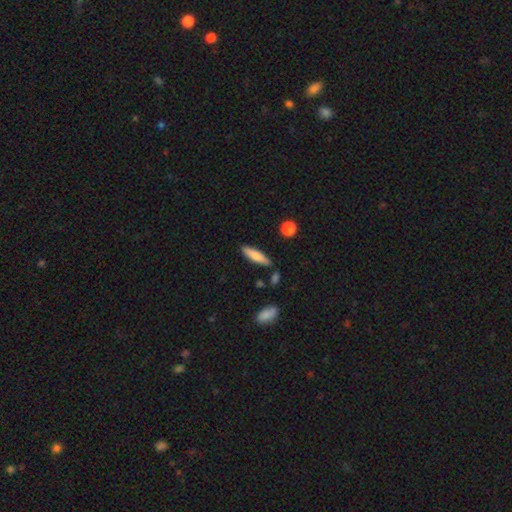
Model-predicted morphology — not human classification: Smooth or featured? smooth (75%)
How rounded? cigar-shaped (70%)
Merging? none (84%)